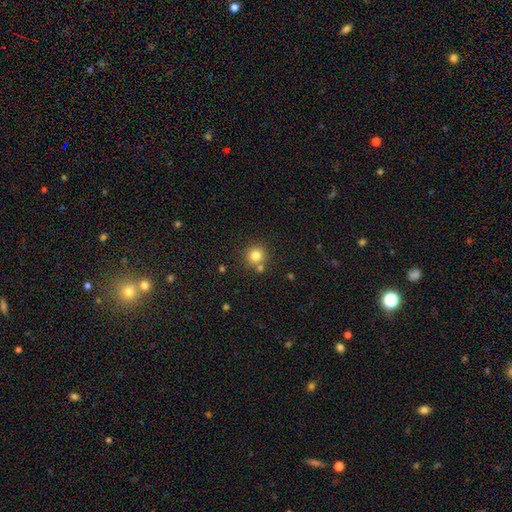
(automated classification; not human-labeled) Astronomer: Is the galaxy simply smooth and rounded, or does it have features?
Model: smooth — 81%.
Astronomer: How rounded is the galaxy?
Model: round — 93%.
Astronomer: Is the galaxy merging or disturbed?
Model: none — 76%.